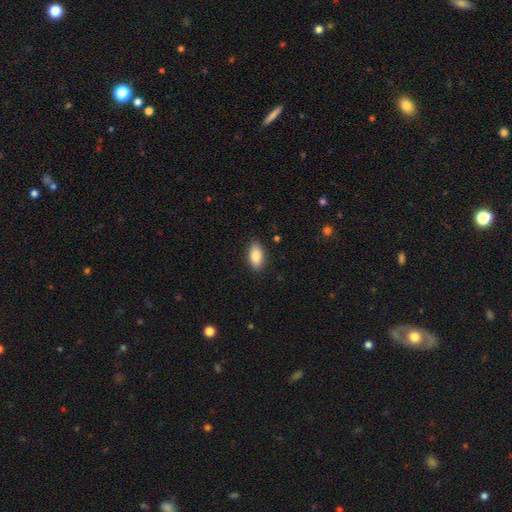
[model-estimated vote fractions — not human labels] Overall: smooth (85%). How rounded: in between (92%). Merging: none (89%).